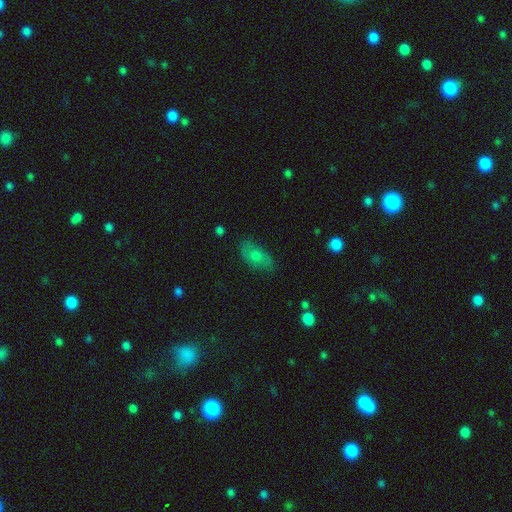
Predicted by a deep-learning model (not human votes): Morphology: type=smooth (56%); roundness=in between (88%); merging=none (78%).